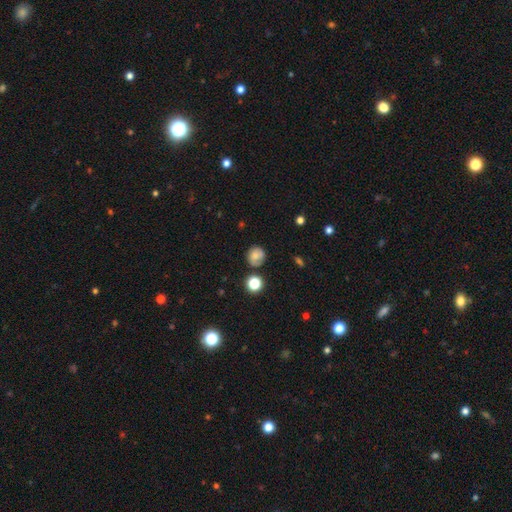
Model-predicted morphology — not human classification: A smooth galaxy with no disk features (67%) that is round (84%).

Vote fractions:
- Smooth or featured? smooth: 67% / featured or disk: 22% / star or artifact: 12%
- How rounded? round: 84% / in between: 15% / cigar-shaped: 1%
- Merging? none: 69% / minor disturbance: 20% / major disturbance: 6% / merger: 5%